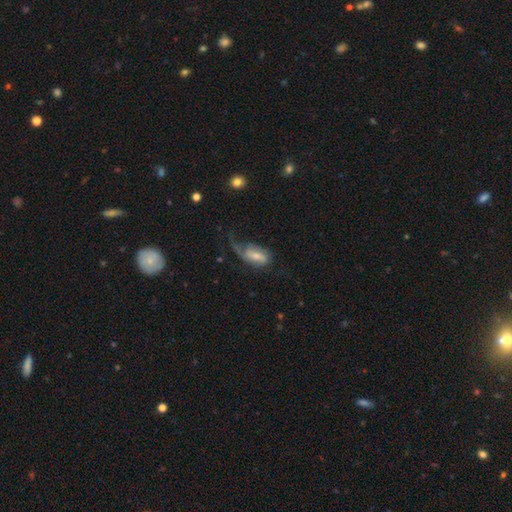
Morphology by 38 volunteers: A smooth galaxy with no disk features (47%) that is in between round and cigar-shaped (100%). Merging: major disturbance (71%).